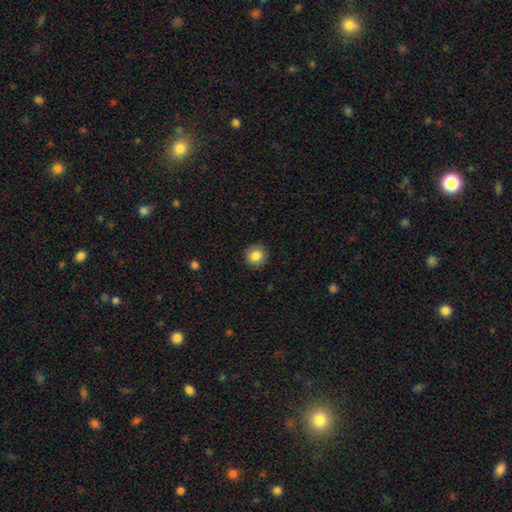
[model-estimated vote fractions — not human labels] Q: Smooth or featured?
A: smooth (85%); runner-up: star or artifact (9%)
Q: How rounded?
A: round (92%); runner-up: in between (7%)
Q: Merging?
A: none (89%); runner-up: minor disturbance (8%)